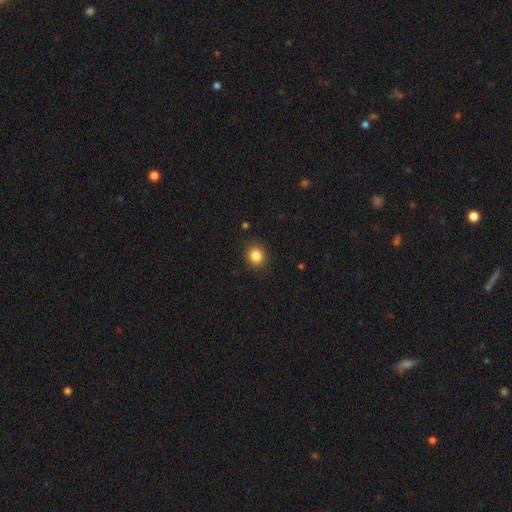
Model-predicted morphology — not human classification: This appears to be a smooth galaxy with no disk features (85%) that is round (83%). Merging: none (88%).